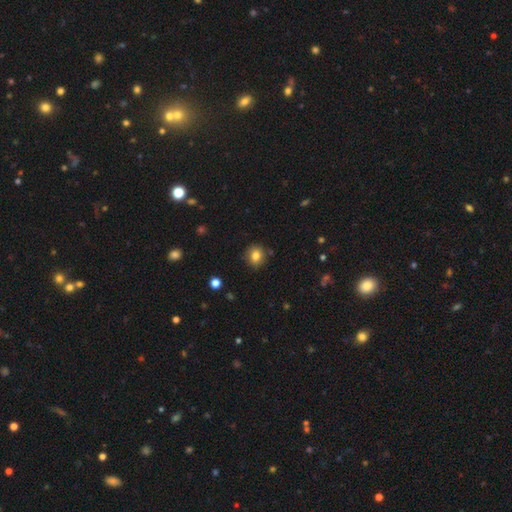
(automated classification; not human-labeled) The model was most divided on "how rounded": round: 80%, in between: 19%, cigar-shaped: 1%. More confident: merging — none (84%); smooth or featured — smooth (80%).